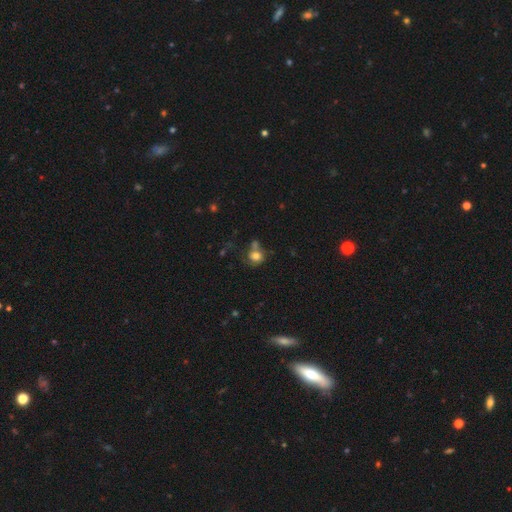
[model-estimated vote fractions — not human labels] Smooth or featured? smooth (72%)
How rounded? round (69%)
Merging? none (39%)